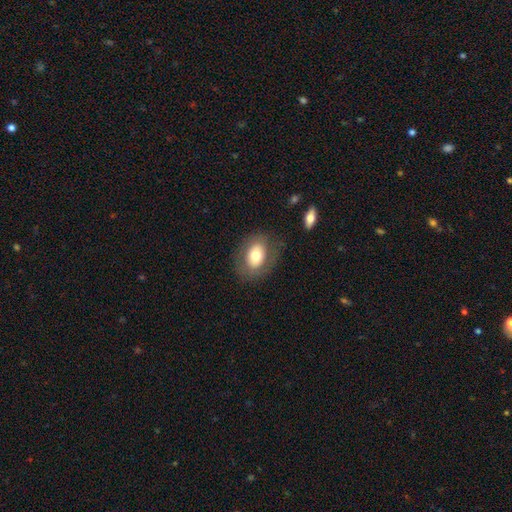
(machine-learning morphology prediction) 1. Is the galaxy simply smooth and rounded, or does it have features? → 68% smooth, 24% featured or disk, 8% star or artifact.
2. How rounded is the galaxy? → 72% in between, 26% round, 1% cigar-shaped.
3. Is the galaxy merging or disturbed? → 78% none, 13% minor disturbance, 7% major disturbance, 1% merger.